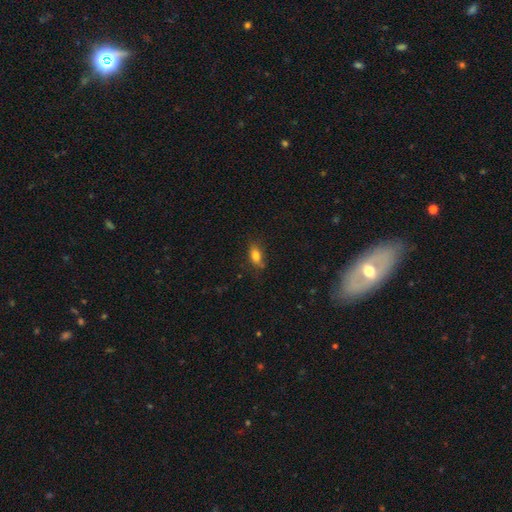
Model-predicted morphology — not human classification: Smooth or featured: smooth — 80% (featured or disk — 11%)
How rounded: in between — 83% (cigar-shaped — 9%)
Merging: none — 73% (minor disturbance — 19%)